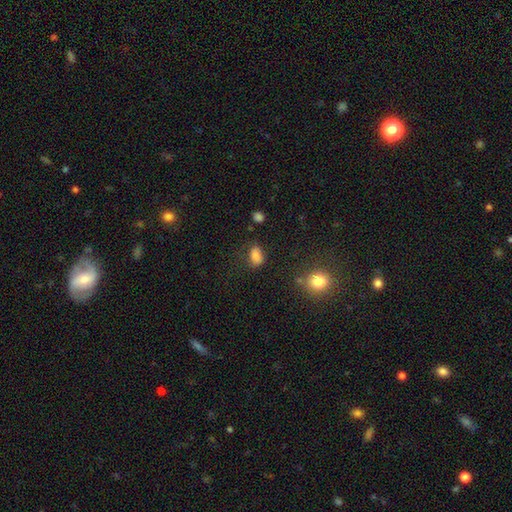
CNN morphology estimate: Smooth or featured?
  - smooth: 81% *
  - star or artifact: 12%
  - featured or disk: 7%
How rounded?
  - in between: 83% *
  - round: 15%
  - cigar-shaped: 2%
Merging?
  - none: 61% *
  - minor disturbance: 25%
  - major disturbance: 10%
  - merger: 5%